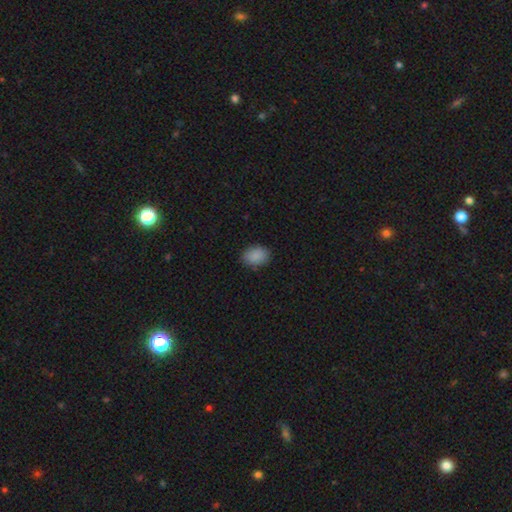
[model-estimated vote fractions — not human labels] Q: Smooth or featured?
A: smooth (88%); runner-up: star or artifact (9%)
Q: How rounded?
A: in between (70%); runner-up: round (29%)
Q: Merging?
A: none (84%); runner-up: minor disturbance (13%)